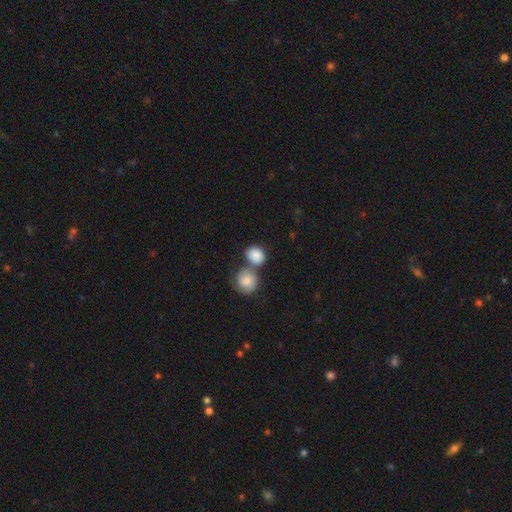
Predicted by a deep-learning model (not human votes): A smooth galaxy with no disk features (84%) that is round (66%).

Vote fractions:
- Smooth or featured? smooth: 84% / featured or disk: 10% / star or artifact: 6%
- How rounded? round: 66% / in between: 33% / cigar-shaped: 1%
- Merging? none: 44% / merger: 41% / minor disturbance: 11% / major disturbance: 4%